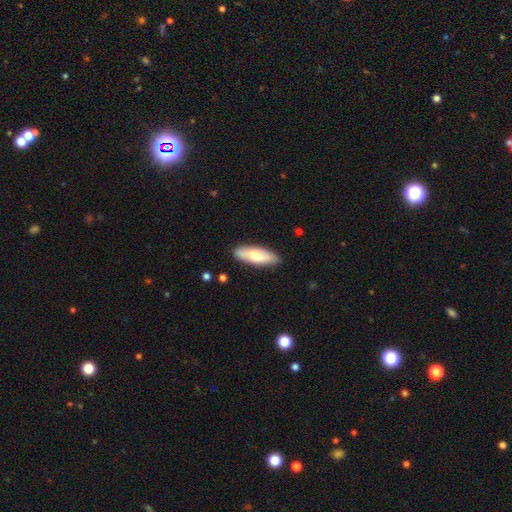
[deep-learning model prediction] Smooth or featured? Predicted: smooth (p=0.68). How rounded? Predicted: in between (p=0.64). Merging? Predicted: none (p=0.86).